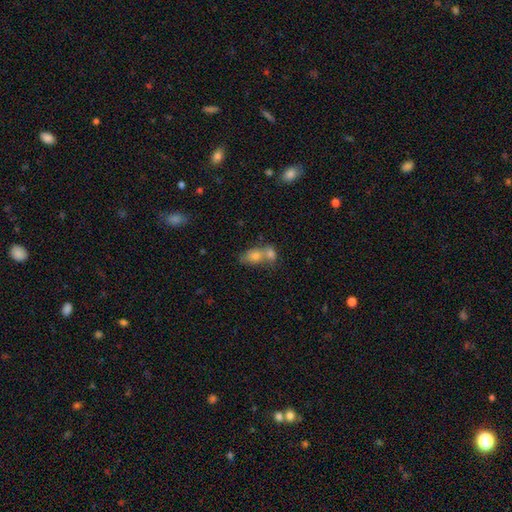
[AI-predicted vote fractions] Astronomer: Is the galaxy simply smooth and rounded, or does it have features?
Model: smooth — 69%.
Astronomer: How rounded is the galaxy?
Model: in between — 67%.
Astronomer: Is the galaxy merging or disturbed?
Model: merger — 55% (runner-up: none, 32%).